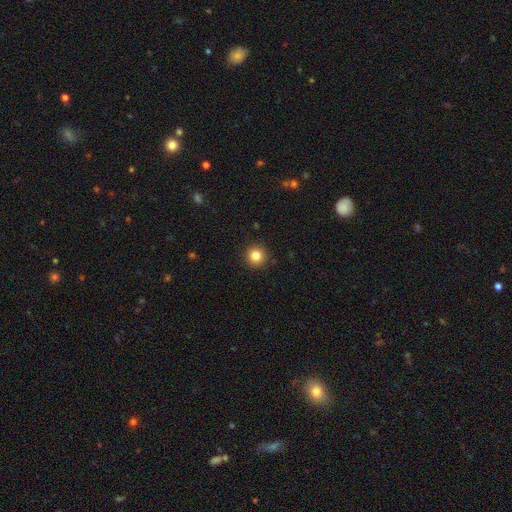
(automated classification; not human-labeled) smooth 83%, star or artifact 12%, featured or disk 5%. Down the decision tree: how rounded — round (95%); merging — none (93%).